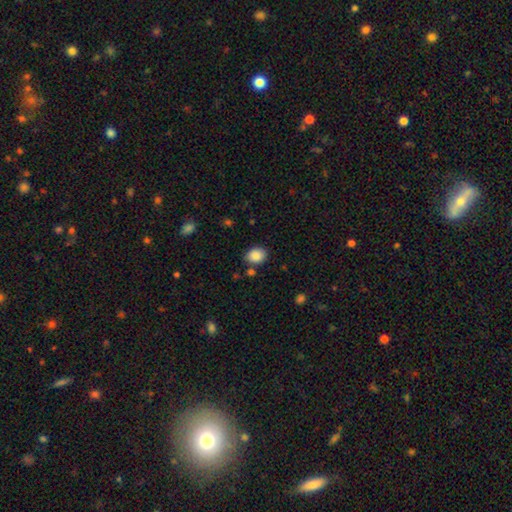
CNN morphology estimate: type=smooth (88%); roundness=in between (55%); merging=none (79%).